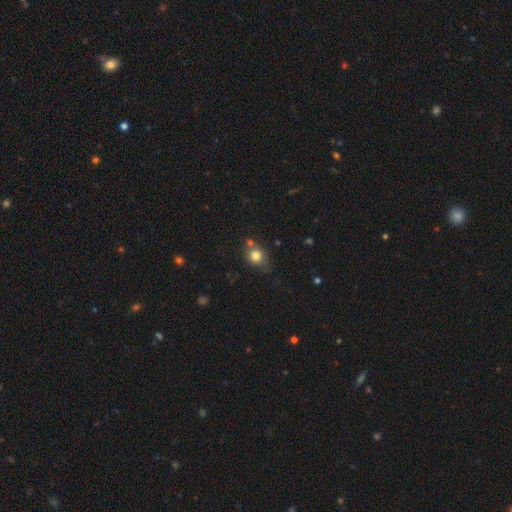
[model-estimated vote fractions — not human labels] Morphology: type=smooth (78%); roundness=round (64%); merging=none (55%).